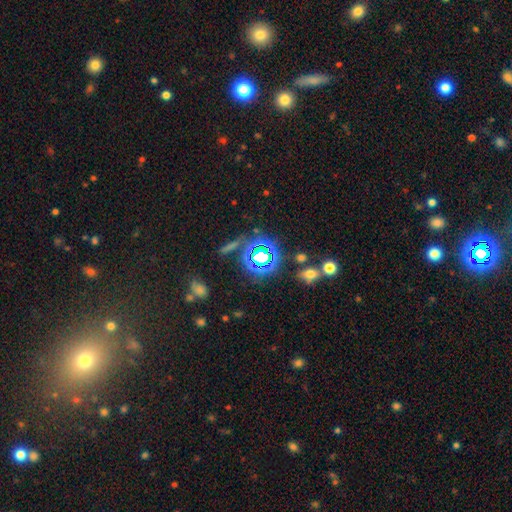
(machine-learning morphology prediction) Smooth or featured? Predicted: star or artifact (p=0.69).